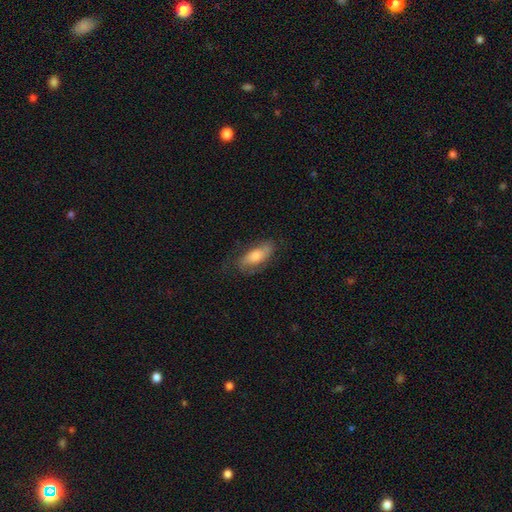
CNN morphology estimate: smooth_or_featured: smooth (p=0.55) [alt: featured or disk p=0.37]
how_rounded: in between (p=0.74) [alt: cigar-shaped p=0.22]
merging: none (p=0.66) [alt: minor disturbance p=0.22]